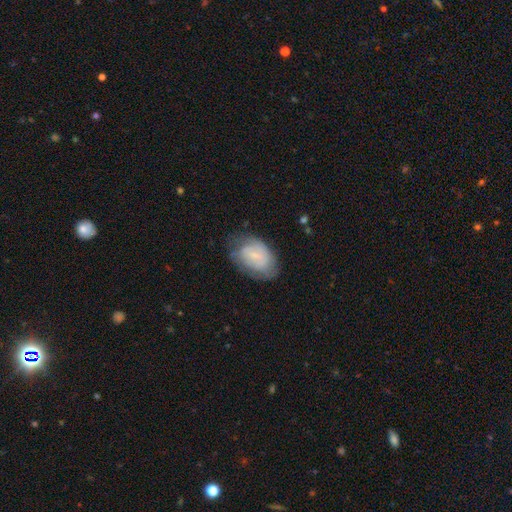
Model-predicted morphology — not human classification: Smooth or featured: smooth — 50% (featured or disk — 42%)
Merging: none — 58% (minor disturbance — 28%)